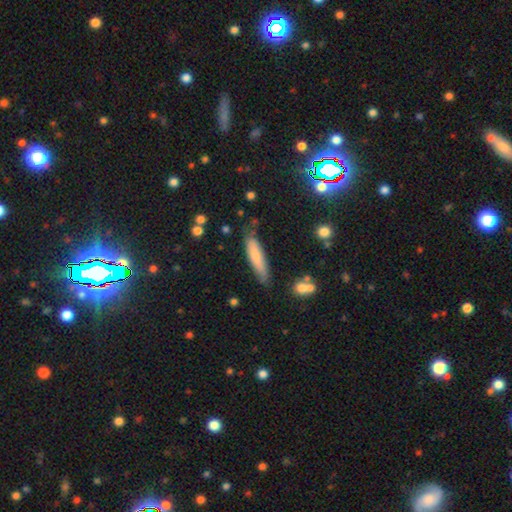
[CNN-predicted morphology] Q: Smooth or featured?
A: smooth (72%); runner-up: featured or disk (21%)
Q: How rounded?
A: cigar-shaped (76%); runner-up: in between (22%)
Q: Merging?
A: none (71%); runner-up: minor disturbance (21%)